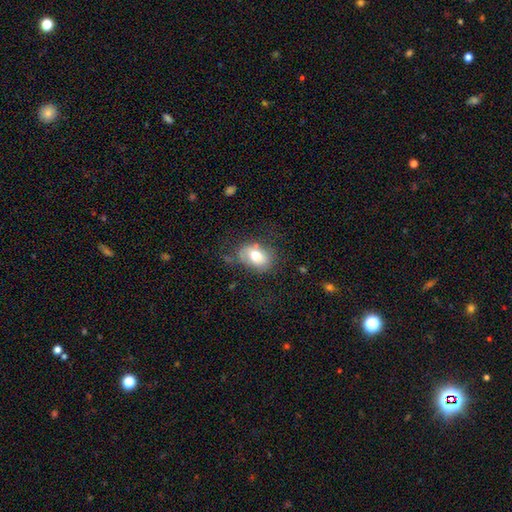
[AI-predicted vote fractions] Smooth or featured? Predicted: smooth (p=0.69). How rounded? Predicted: in between (p=0.80). Merging? Predicted: none (p=0.56).